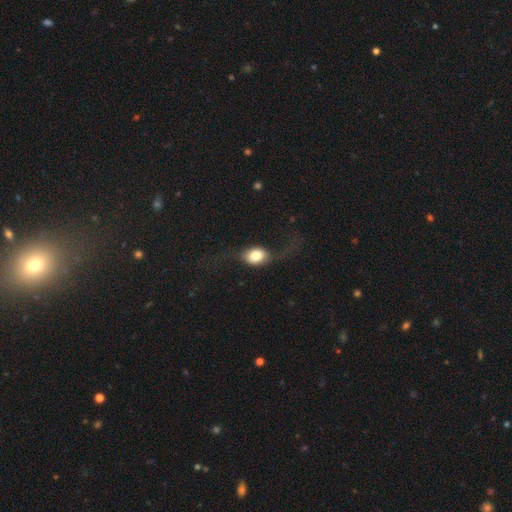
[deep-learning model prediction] A smooth galaxy with no disk features (63%) that is in between round and cigar-shaped (56%). Merging: none (50%).